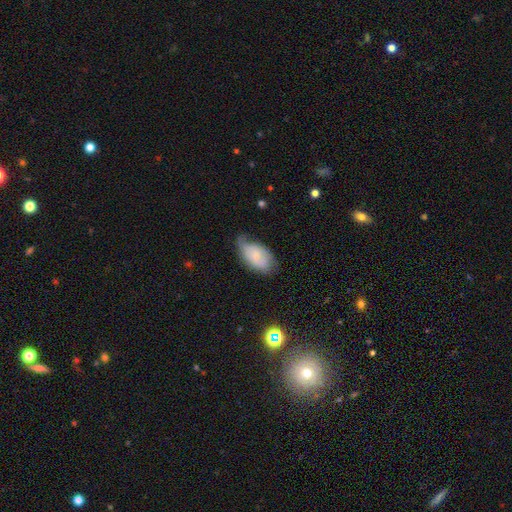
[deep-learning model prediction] Smooth or featured? smooth (51%)
How rounded? in between (92%)
Merging? none (44%)